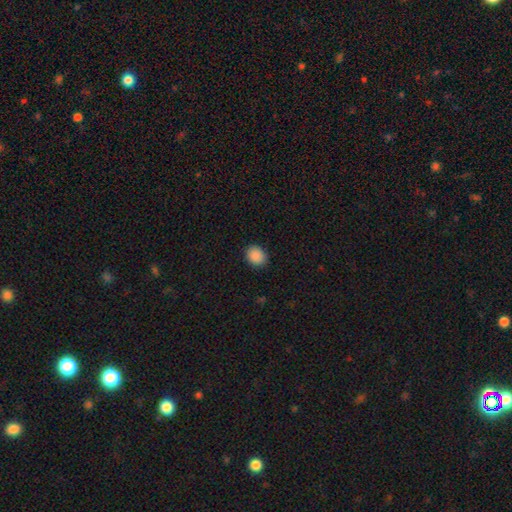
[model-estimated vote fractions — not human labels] Overall: smooth (89%). How rounded: round (61%; in between 38%). Merging: none (89%).